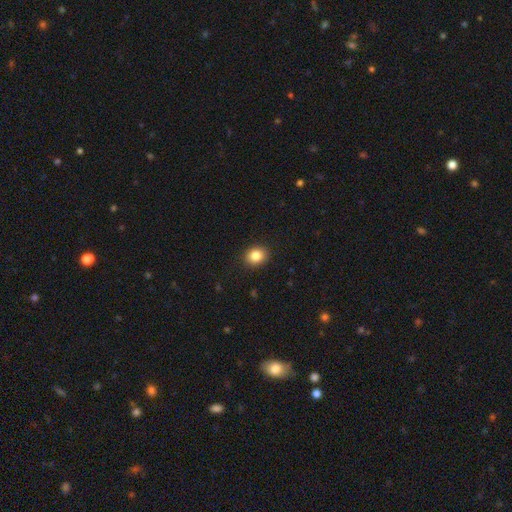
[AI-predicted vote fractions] smooth 84%, star or artifact 10%, featured or disk 6%. Down the decision tree: how rounded — round (61%); merging — none (90%).